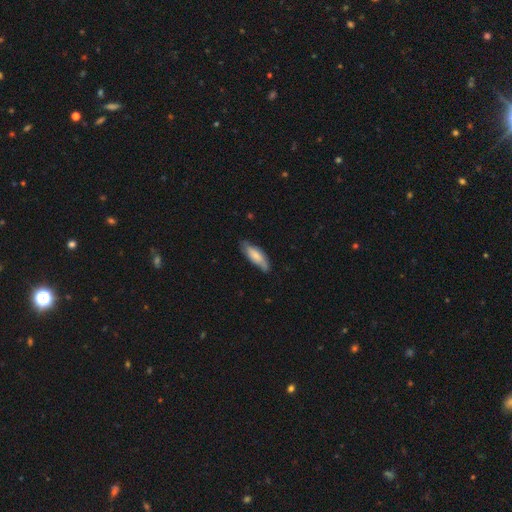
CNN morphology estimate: The model was most divided on "how rounded": in between: 63%, cigar-shaped: 35%, round: 2%. More confident: merging — none (71%); smooth or featured — smooth (66%).